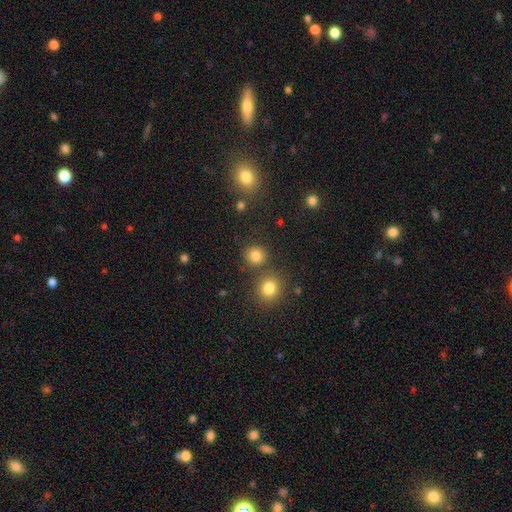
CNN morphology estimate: This appears to be a smooth galaxy with no disk features (80%) that is round (88%). Merging: none (79%).